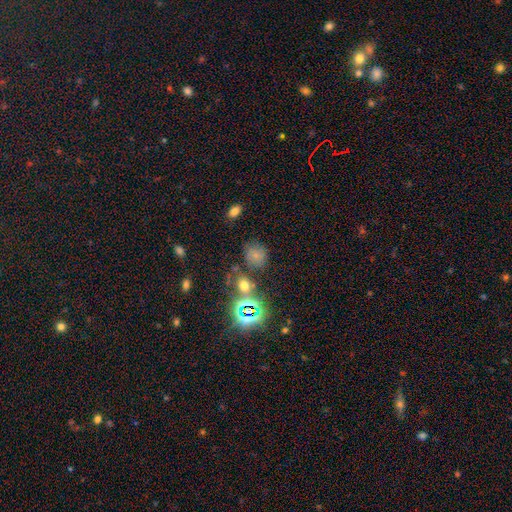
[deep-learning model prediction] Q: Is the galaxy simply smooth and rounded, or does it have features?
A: smooth — 60%.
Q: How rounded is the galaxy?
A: round — 69%.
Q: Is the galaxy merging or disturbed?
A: none — 67%.